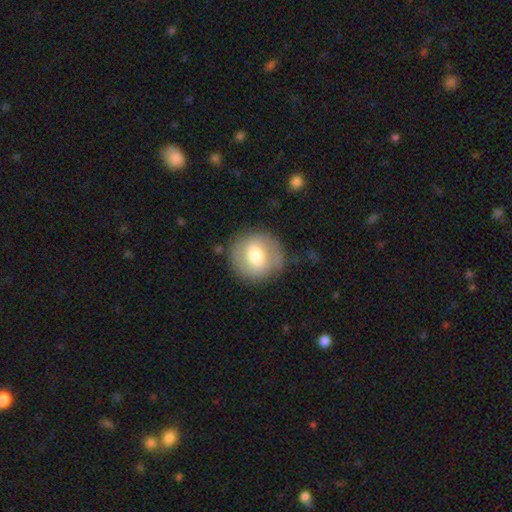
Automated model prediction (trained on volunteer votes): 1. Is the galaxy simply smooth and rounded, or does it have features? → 55% smooth, 39% featured or disk, 7% star or artifact.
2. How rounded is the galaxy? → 90% round, 9% in between, 1% cigar-shaped.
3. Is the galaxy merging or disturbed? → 81% none, 12% minor disturbance, 5% major disturbance, 2% merger.